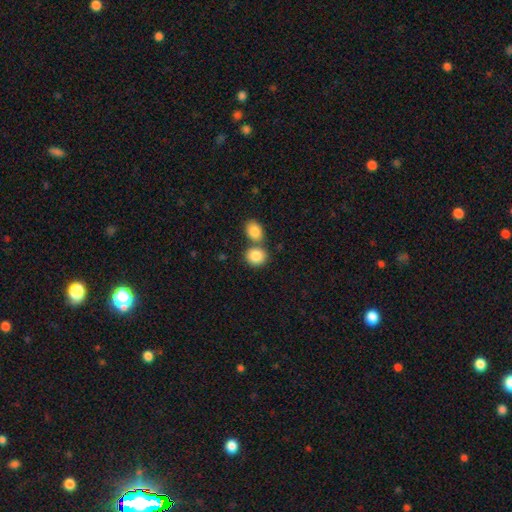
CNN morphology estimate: Overall: smooth (86%). How rounded: round (69%; in between 30%). Merging: none (51%; merger 38%).